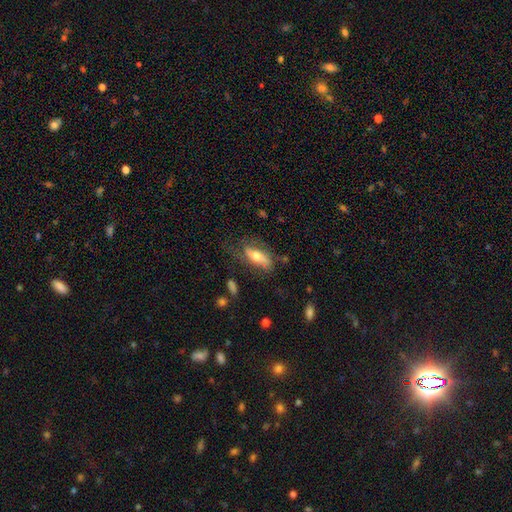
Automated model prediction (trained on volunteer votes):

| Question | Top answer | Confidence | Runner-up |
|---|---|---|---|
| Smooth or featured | smooth | 48% | featured or disk (44%) |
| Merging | none | 57% | minor disturbance (25%) |